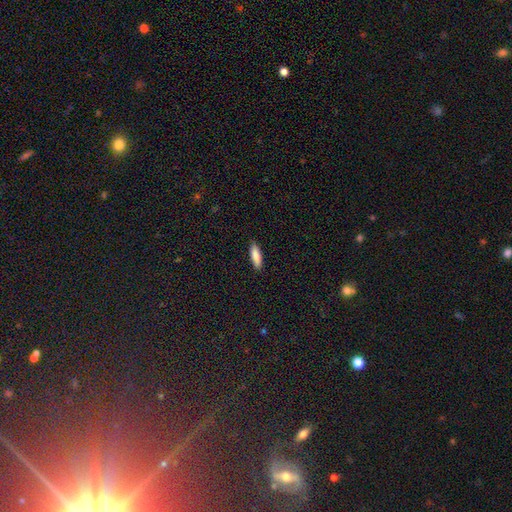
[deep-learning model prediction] Smooth or featured? Predicted: smooth (p=0.86). How rounded? Predicted: cigar-shaped (p=0.61). Merging? Predicted: none (p=0.88).